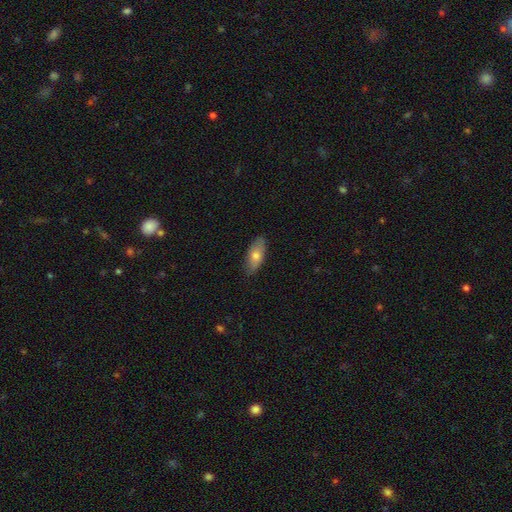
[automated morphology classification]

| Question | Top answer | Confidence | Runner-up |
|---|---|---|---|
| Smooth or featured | smooth | 73% | featured or disk (21%) |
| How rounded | in between | 79% | cigar-shaped (18%) |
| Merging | none | 85% | minor disturbance (12%) |